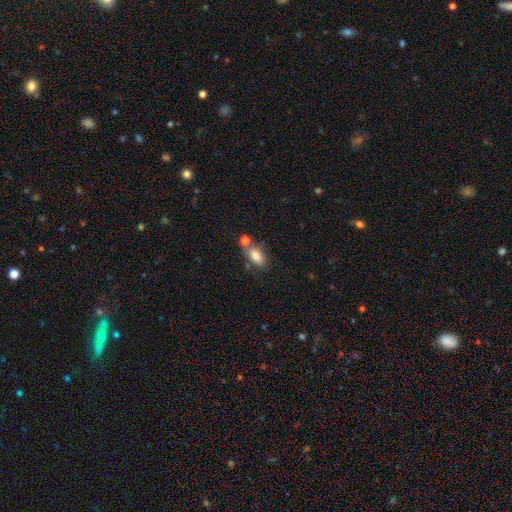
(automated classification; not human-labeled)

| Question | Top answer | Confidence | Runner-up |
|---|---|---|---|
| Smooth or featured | smooth | 81% | featured or disk (11%) |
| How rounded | in between | 86% | cigar-shaped (8%) |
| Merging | none | 54% | merger (26%) |